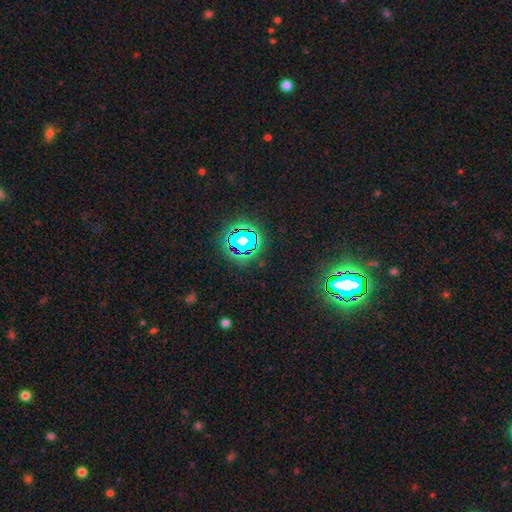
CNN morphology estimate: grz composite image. It shows a star or artifact, not a galaxy (83%).